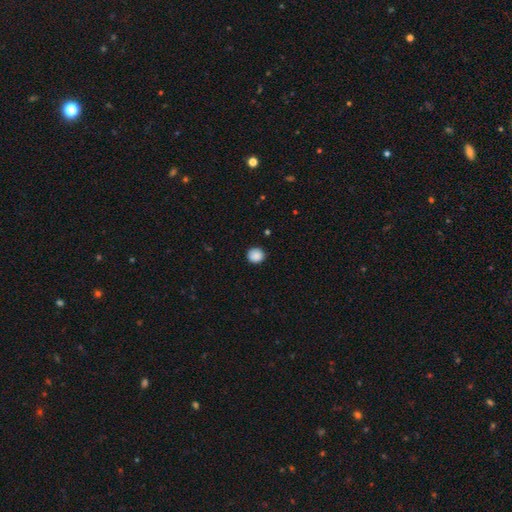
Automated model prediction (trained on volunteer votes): Morphology: type=smooth (88%); roundness=round (85%); merging=none (88%).